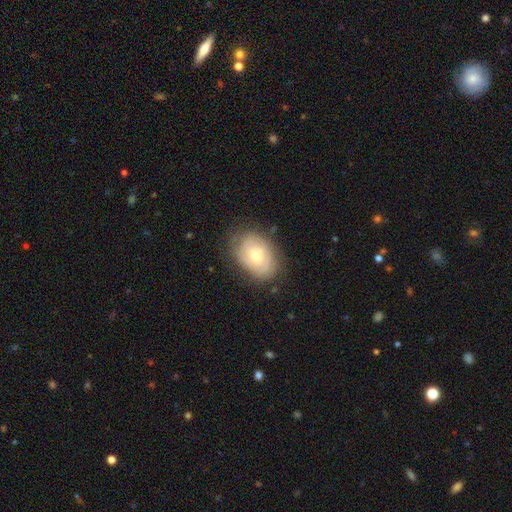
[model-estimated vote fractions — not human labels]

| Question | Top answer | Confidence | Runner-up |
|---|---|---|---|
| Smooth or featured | featured or disk | 48% | smooth (44%) |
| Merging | none | 76% | minor disturbance (17%) |